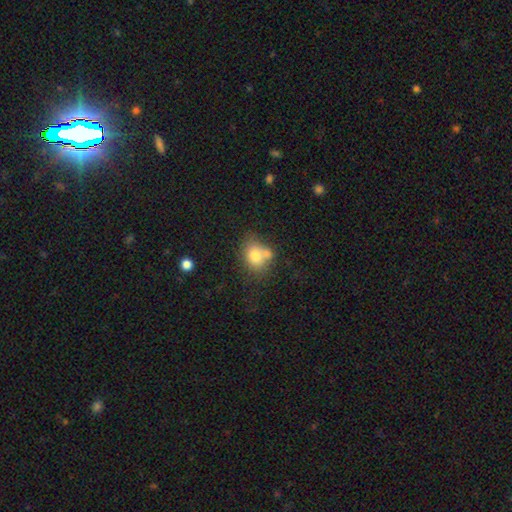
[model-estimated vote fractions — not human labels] Smooth or featured? smooth (75%)
How rounded? in between (50%)
Merging? none (40%)